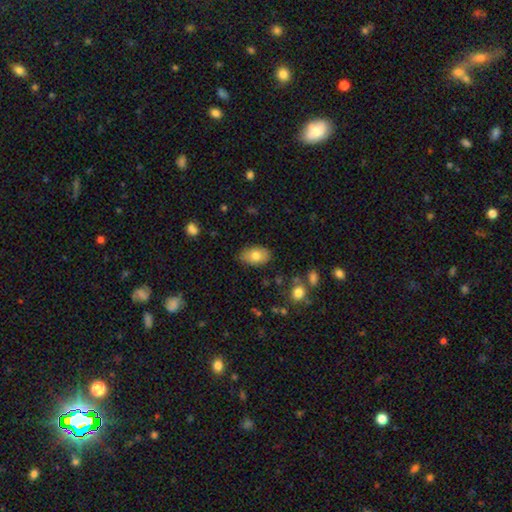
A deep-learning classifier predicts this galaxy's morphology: Smooth or featured?
  - smooth: 77% *
  - featured or disk: 16%
  - star or artifact: 7%
How rounded?
  - in between: 91% *
  - round: 7%
  - cigar-shaped: 2%
Merging?
  - none: 81% *
  - minor disturbance: 15%
  - major disturbance: 3%
  - merger: 2%